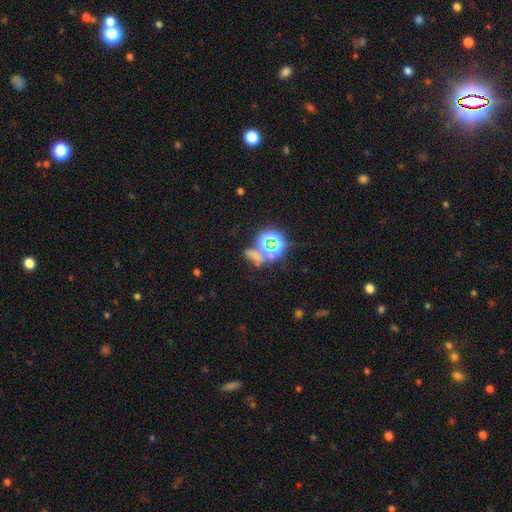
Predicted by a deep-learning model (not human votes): This appears to be a star or artifact, not a galaxy (59%).